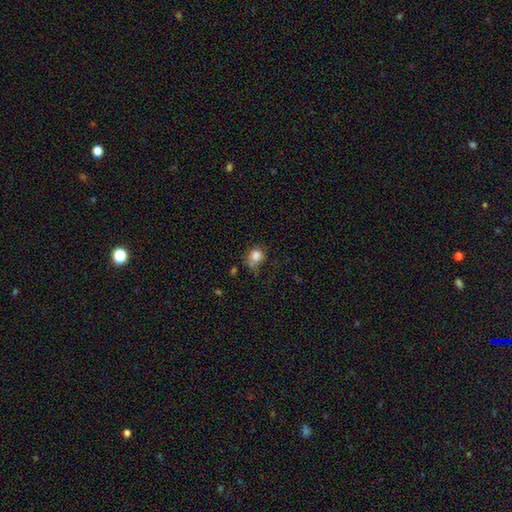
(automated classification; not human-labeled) smooth-or-featured: smooth: 82% | star or artifact: 10% | featured or disk: 8%
  how-rounded: round: 57% | in between: 42% | cigar-shaped: 1%
  merging: none: 42% | minor disturbance: 33% | major disturbance: 18% | merger: 7%